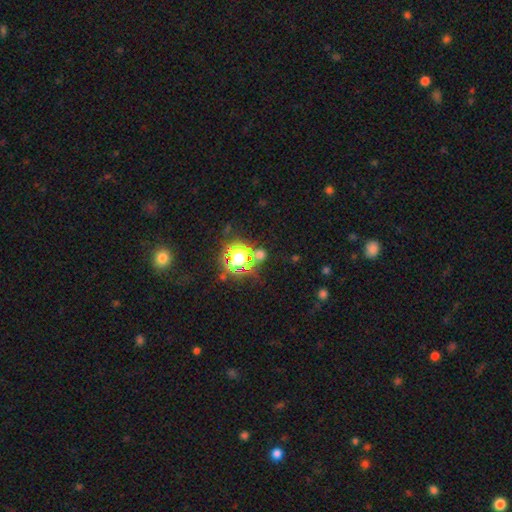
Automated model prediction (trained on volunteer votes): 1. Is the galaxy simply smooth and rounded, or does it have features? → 66% star or artifact, 25% smooth, 9% featured or disk.